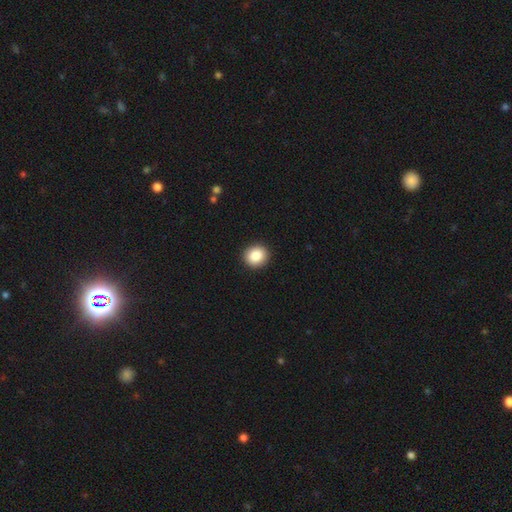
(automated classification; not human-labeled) Q: Smooth or featured?
A: smooth (87%); runner-up: star or artifact (9%)
Q: How rounded?
A: round (84%); runner-up: in between (15%)
Q: Merging?
A: none (92%); runner-up: minor disturbance (5%)